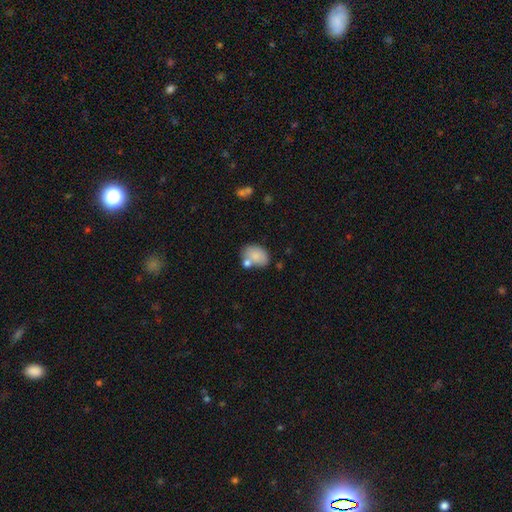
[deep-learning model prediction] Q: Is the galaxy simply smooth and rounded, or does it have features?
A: smooth — 83%.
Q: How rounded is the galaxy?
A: in between — 79%.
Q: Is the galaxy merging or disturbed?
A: none — 54%.